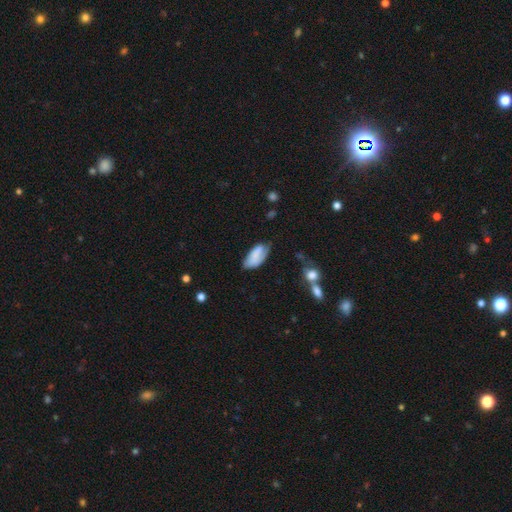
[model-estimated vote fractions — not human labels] This appears to be a smooth galaxy with no disk features (75%) that is in between round and cigar-shaped (92%). Merging: none (47%).